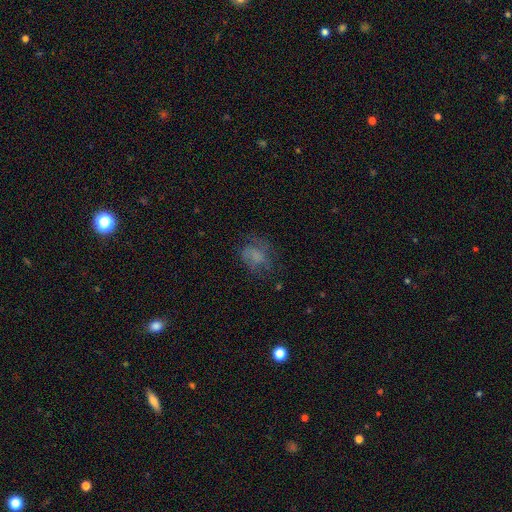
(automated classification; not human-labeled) Overall: smooth (53%; featured or disk 32%). How rounded: in between (57%; round 42%). Merging: none (53%; minor disturbance 23%).